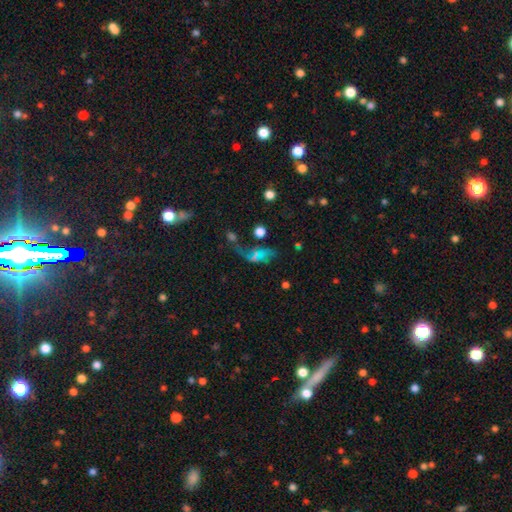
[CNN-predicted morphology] A featured or disk galaxy (38%).

Vote fractions:
- Smooth or featured? featured or disk: 38% / smooth: 36% / star or artifact: 27%
- Merging? major disturbance: 32% / none: 31% / merger: 19% / minor disturbance: 18%